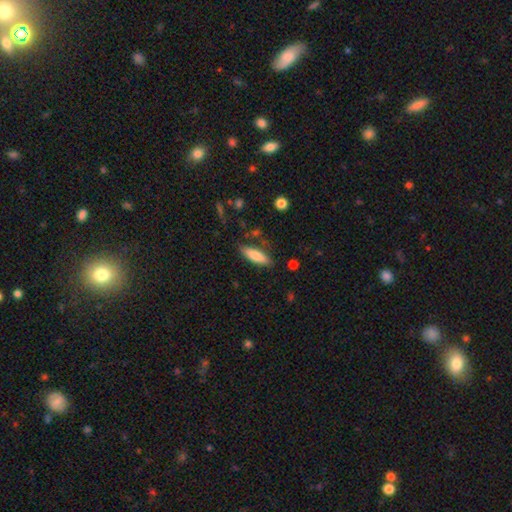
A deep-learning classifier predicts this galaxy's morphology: The model was most divided on "how rounded" (2-way tie): in between: 49%, cigar-shaped: 49%, round: 2%. More confident: smooth or featured — smooth (78%); merging — none (76%).